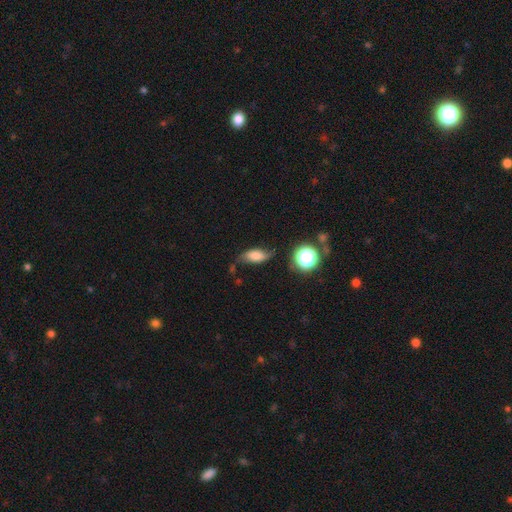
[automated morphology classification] A smooth galaxy with no disk features (59%) that is in between round and cigar-shaped (79%).

Vote fractions:
- Smooth or featured? smooth: 59% / featured or disk: 28% / star or artifact: 13%
- How rounded? in between: 79% / cigar-shaped: 11% / round: 10%
- Merging? none: 57% / minor disturbance: 29% / major disturbance: 10% / merger: 4%